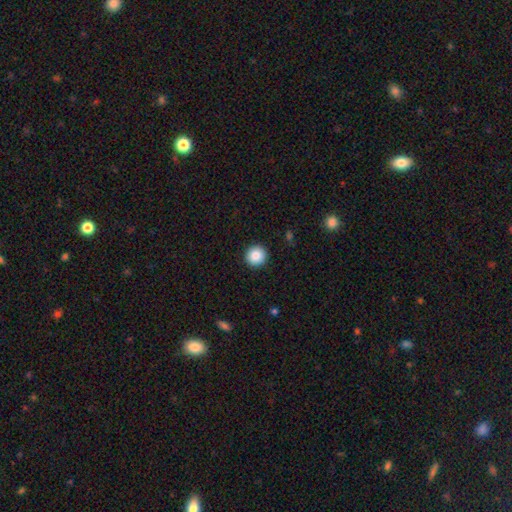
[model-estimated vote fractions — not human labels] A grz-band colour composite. It shows a smooth galaxy with no disk features (87%) that is round (95%). Merging: none (93%).